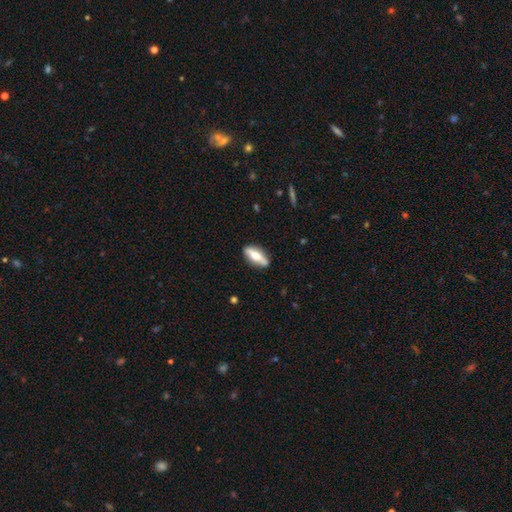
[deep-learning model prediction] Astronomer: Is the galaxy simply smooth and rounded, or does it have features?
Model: smooth — 59% (runner-up: featured or disk, 35%).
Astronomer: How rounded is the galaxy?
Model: in between — 65%.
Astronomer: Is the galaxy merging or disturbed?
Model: none — 83%.